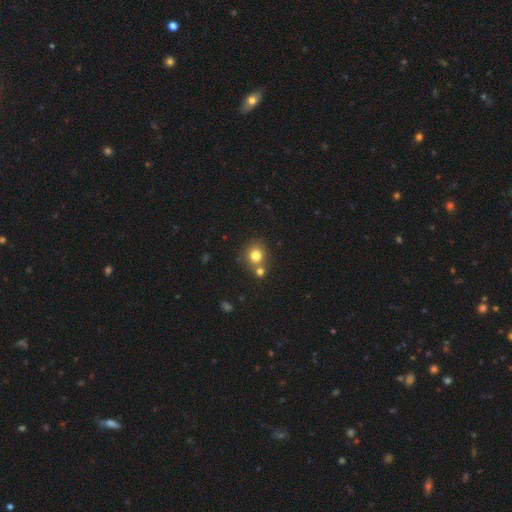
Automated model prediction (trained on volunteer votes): Smooth or featured: smooth — 78% (star or artifact — 13%)
How rounded: round — 82% (in between — 17%)
Merging: none — 61% (merger — 27%)